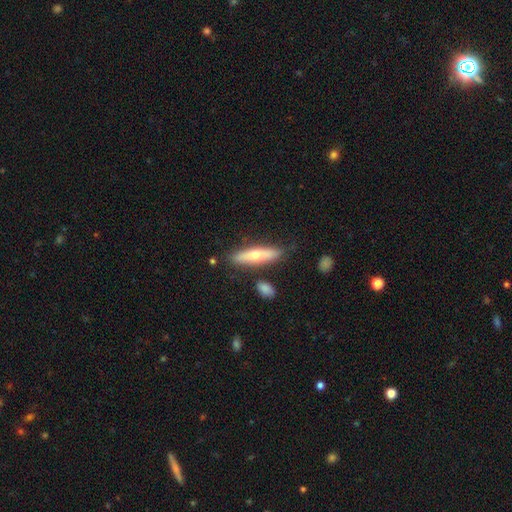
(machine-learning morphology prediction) A smooth galaxy with no disk features (53%) that is cigar-shaped (72%). Merging: none (80%).